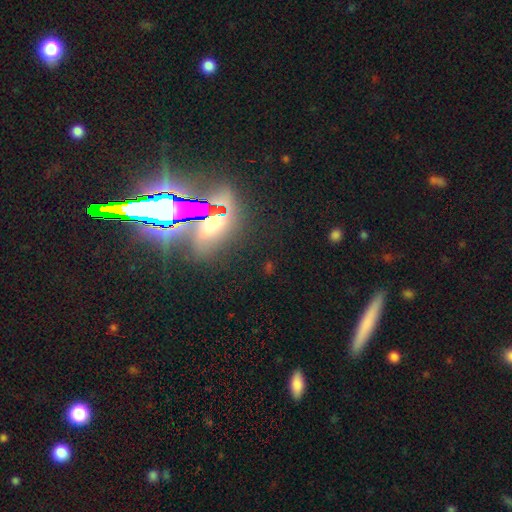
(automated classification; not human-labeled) A star or artifact, not a galaxy (63%).